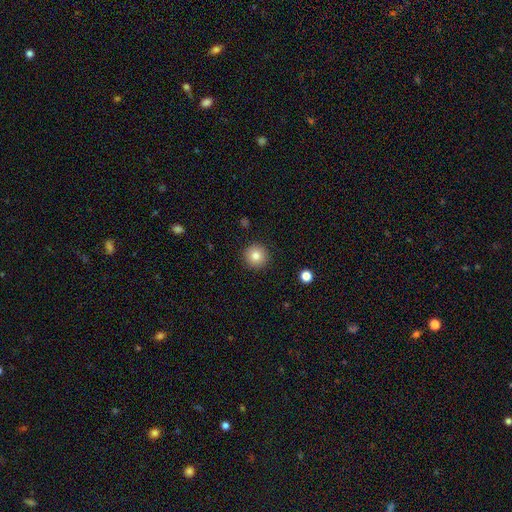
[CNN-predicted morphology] This is clearly a smooth galaxy (82%). How rounded: clearly round (95%). Merging: clearly none (92%).